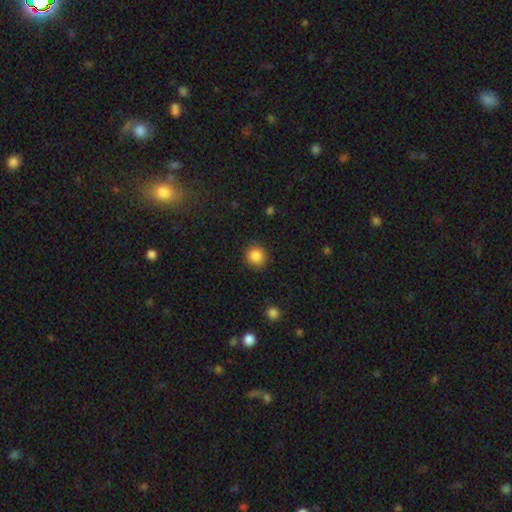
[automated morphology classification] A smooth galaxy with no disk features (86%) that is round (89%). Merging: none (89%).